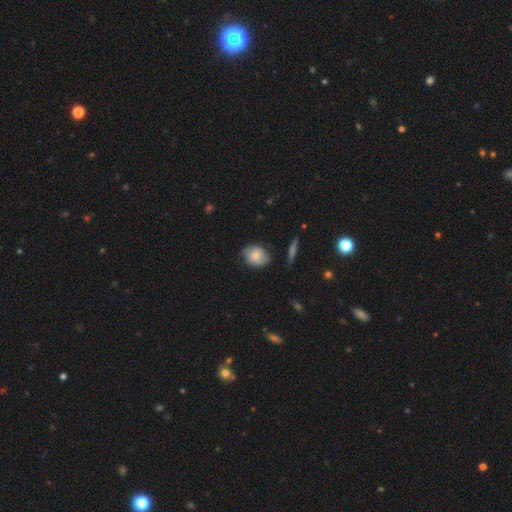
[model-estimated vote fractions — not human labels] Smooth or featured? Predicted: smooth (p=0.64). How rounded? Predicted: in between (p=0.55). Merging? Predicted: none (p=0.69).